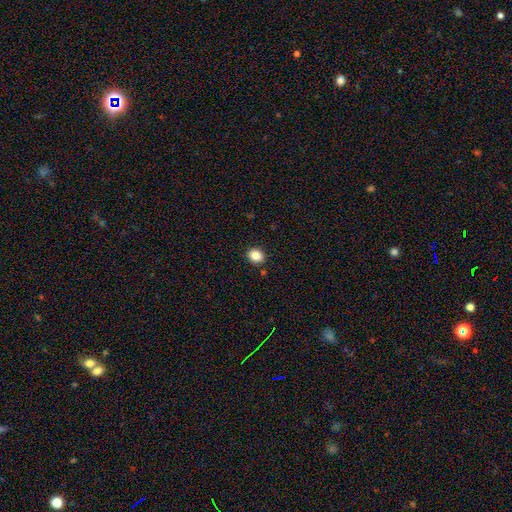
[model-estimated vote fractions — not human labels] Smooth or featured: smooth — 86% (star or artifact — 10%)
How rounded: round — 57% (in between — 42%)
Merging: none — 89% (minor disturbance — 7%)